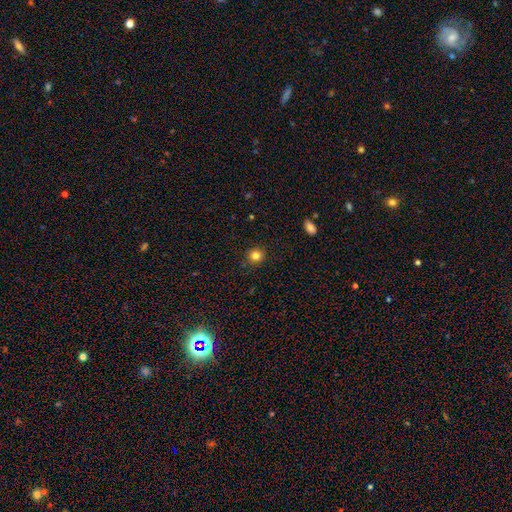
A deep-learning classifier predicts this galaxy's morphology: A smooth galaxy with no disk features (83%) that is round (89%). Merging: none (90%).